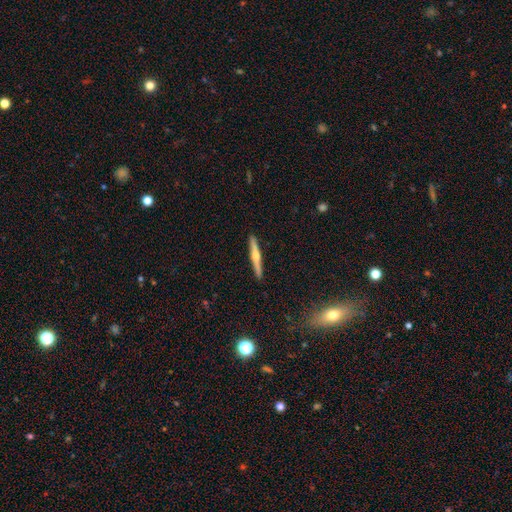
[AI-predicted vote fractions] Smooth or featured: featured or disk — 63% (smooth — 32%)
Edge-on disk: yes — 98% (no — 2%)
Edge-on bulge: rounded — 88% (none — 7%)
Merging: none — 92% (minor disturbance — 6%)